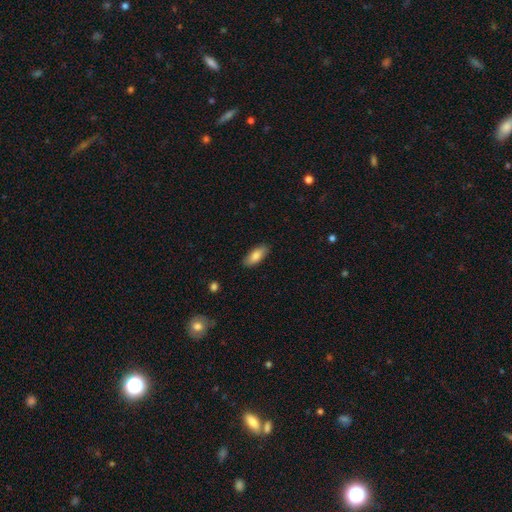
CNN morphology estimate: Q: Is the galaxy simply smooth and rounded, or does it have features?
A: smooth — 84%.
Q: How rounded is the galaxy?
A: in between — 81%.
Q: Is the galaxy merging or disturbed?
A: none — 87%.